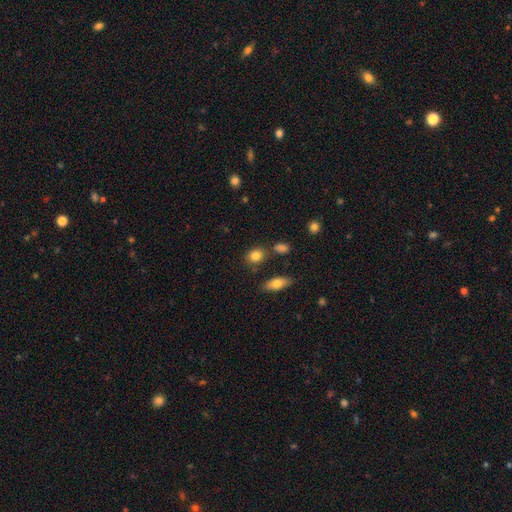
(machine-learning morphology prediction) smooth 83%, star or artifact 9%, featured or disk 8%. Down the decision tree: how rounded — in between (55%); merging — none (75%).